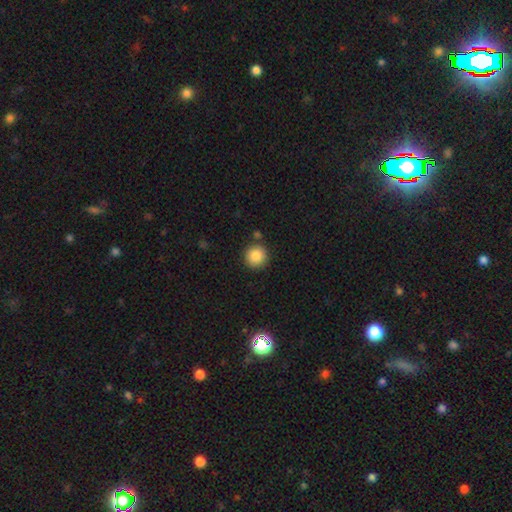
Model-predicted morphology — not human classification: smooth_or_featured: smooth (p=0.87) [alt: star or artifact p=0.09]
how_rounded: round (p=0.94) [alt: in between p=0.05]
merging: none (p=0.86) [alt: minor disturbance p=0.07]